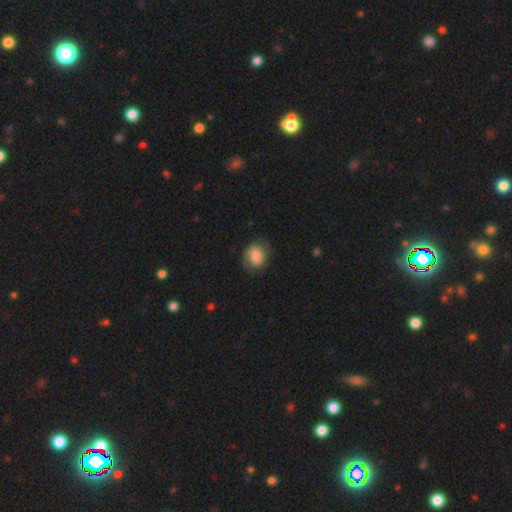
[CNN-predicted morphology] This is likely a smooth galaxy (70%). How rounded: possibly round (54%). Merging: likely none (68%).